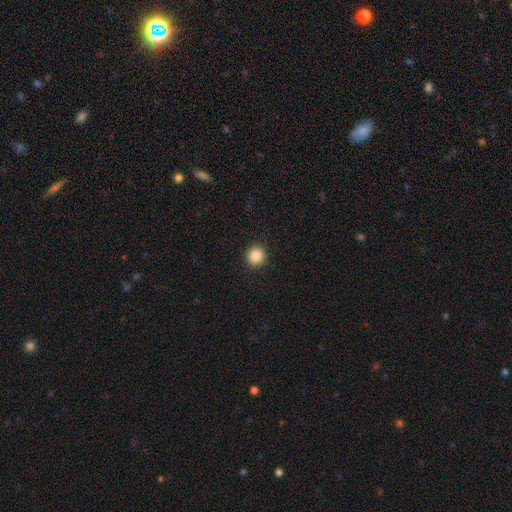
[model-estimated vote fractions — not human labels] Morphology: type=smooth (87%); roundness=round (94%); merging=none (93%).